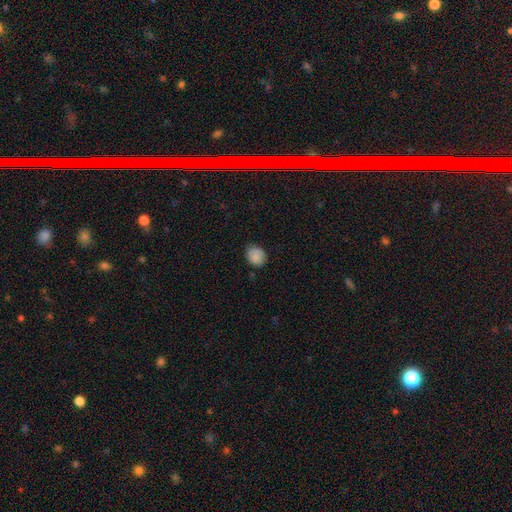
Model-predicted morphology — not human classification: smooth_or_featured: smooth (p=0.85) [alt: star or artifact p=0.08]
how_rounded: round (p=0.57) [alt: in between p=0.42]
merging: none (p=0.79) [alt: minor disturbance p=0.16]